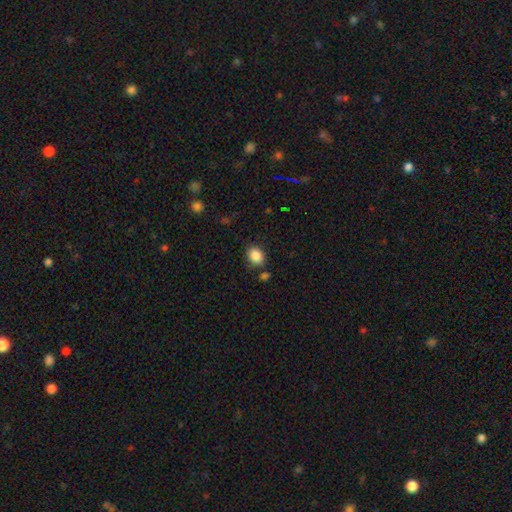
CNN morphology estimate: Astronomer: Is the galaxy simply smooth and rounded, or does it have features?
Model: smooth — 87%.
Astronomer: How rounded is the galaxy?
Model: in between — 51% (runner-up: round, 48%).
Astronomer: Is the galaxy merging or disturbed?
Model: none — 79%.